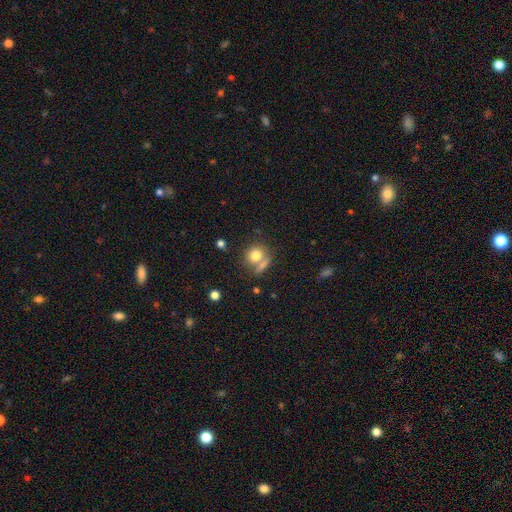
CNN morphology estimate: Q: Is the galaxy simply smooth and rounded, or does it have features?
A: smooth — 78%.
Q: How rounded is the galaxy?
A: round — 79%.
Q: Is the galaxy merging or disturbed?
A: none — 56%.